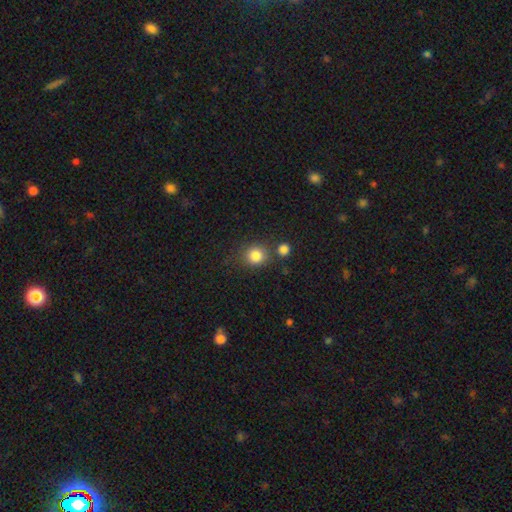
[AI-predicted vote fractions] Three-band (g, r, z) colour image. It shows a smooth galaxy with no disk features (83%) that is round (86%). Merging: none (73%).